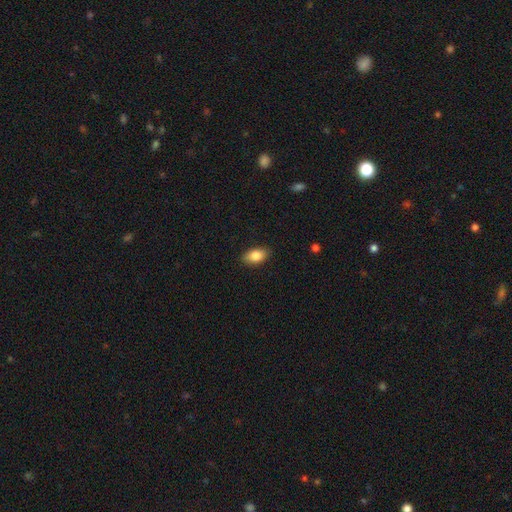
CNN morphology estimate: Q: Smooth or featured?
A: smooth (84%); runner-up: featured or disk (9%)
Q: How rounded?
A: in between (90%); runner-up: round (6%)
Q: Merging?
A: none (88%); runner-up: minor disturbance (9%)